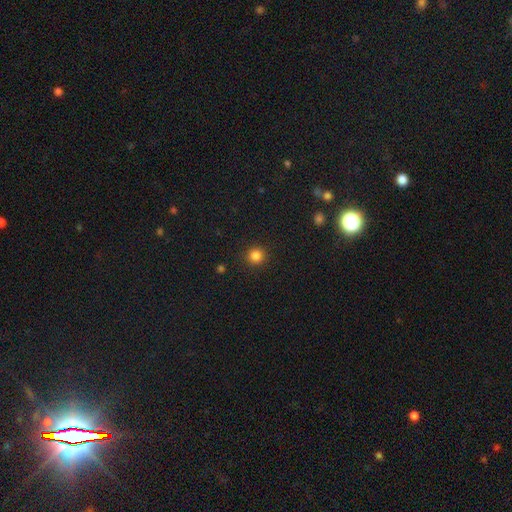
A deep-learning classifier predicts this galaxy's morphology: Smooth or featured? smooth (84%)
How rounded? round (94%)
Merging? none (91%)